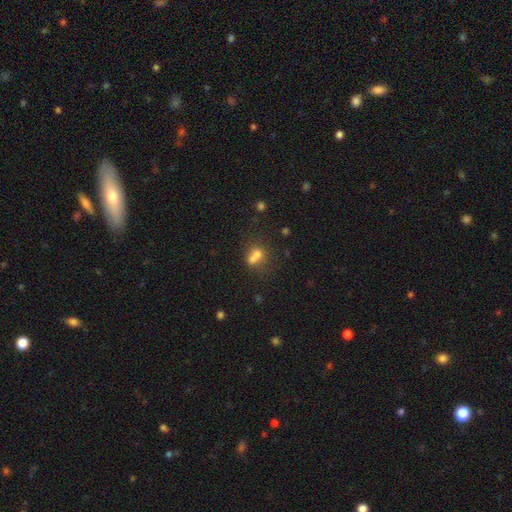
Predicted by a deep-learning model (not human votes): This appears to be a smooth galaxy with no disk features (66%) that is round (54%). Merging: merger (55%).